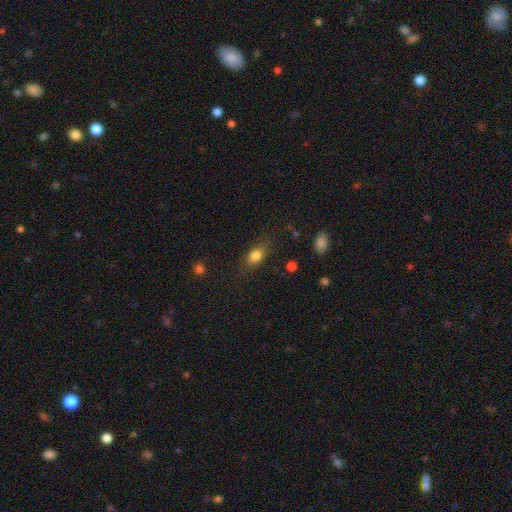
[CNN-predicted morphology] This appears to be a smooth galaxy with no disk features (80%) that is in between round and cigar-shaped (70%). Merging: none (76%).